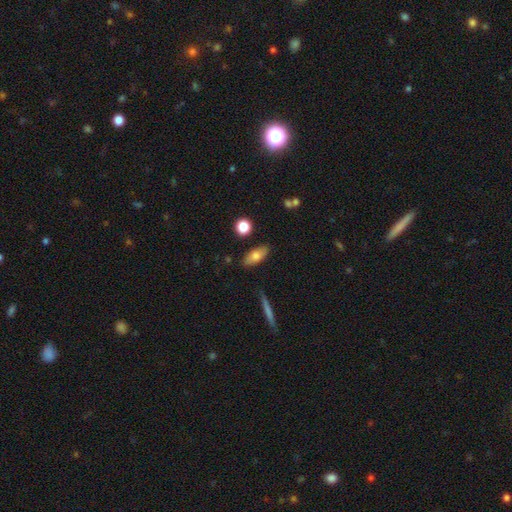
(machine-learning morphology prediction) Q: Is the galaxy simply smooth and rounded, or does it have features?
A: smooth — 74%.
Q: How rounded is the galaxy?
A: in between — 76%.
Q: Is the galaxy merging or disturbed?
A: none — 85%.